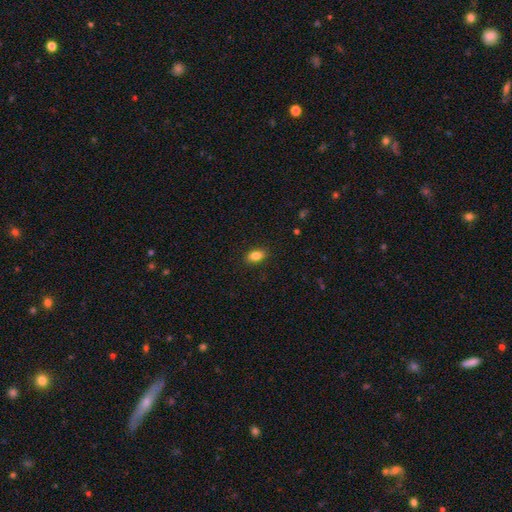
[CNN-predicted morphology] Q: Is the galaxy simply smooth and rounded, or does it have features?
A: smooth — 84%.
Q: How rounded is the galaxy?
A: in between — 87%.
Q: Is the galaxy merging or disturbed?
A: none — 88%.